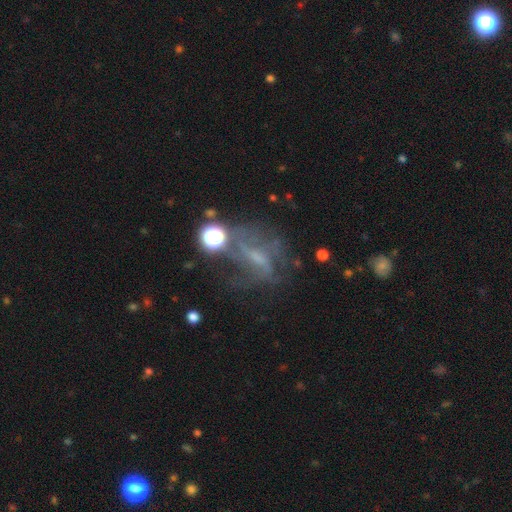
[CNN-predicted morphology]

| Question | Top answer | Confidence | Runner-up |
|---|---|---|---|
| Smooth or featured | featured or disk | 59% | star or artifact (24%) |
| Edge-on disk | no | 92% | yes (8%) |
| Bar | weak | 42% | no (32%) |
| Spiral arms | yes | 65% | no (35%) |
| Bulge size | small | 46% | none (30%) |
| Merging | none | 45% | major disturbance (28%) |